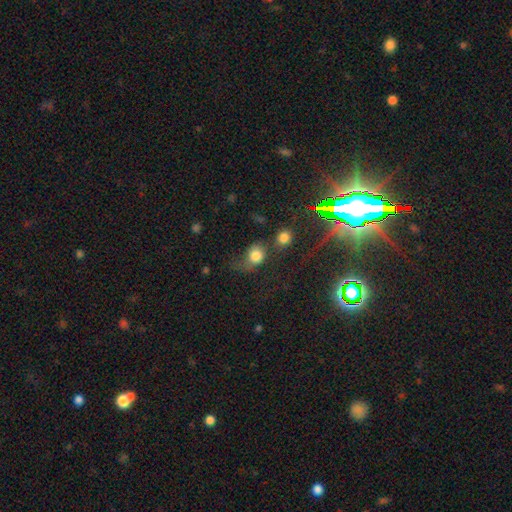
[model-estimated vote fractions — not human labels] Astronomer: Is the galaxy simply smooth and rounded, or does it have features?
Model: smooth — 75%.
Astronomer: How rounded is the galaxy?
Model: round — 65%.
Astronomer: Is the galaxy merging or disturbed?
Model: none — 35% (runner-up: major disturbance, 24%).